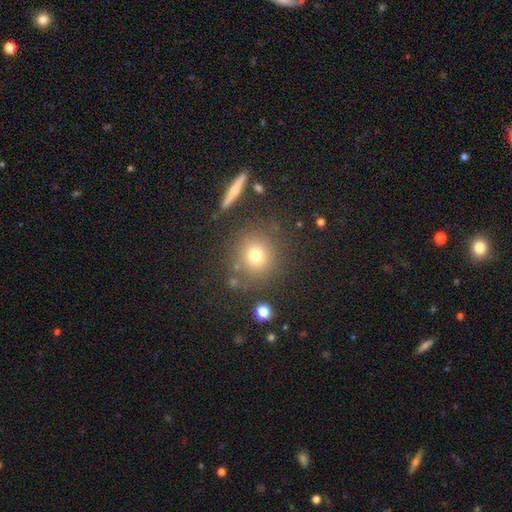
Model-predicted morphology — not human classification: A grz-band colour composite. It shows a smooth galaxy with no disk features (72%) that is round (87%). Merging: none (81%).